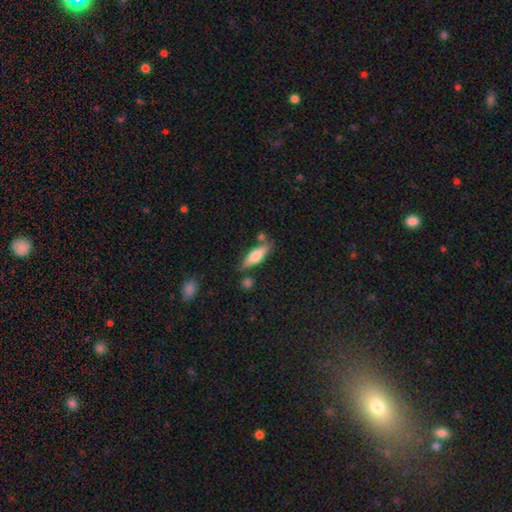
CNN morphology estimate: Q: Smooth or featured?
A: smooth (63%); runner-up: featured or disk (31%)
Q: How rounded?
A: cigar-shaped (57%); runner-up: in between (41%)
Q: Merging?
A: none (73%); runner-up: minor disturbance (14%)